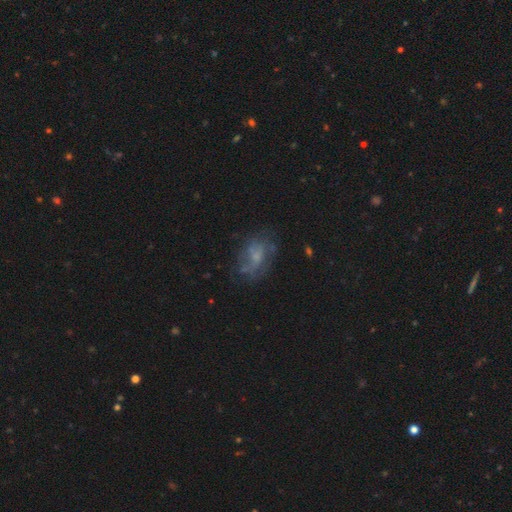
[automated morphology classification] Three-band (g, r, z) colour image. It shows a featured or disk galaxy (52%) with no bar (67%), spiral arms (59%) and a small central bulge (39%). Merging: none (57%).